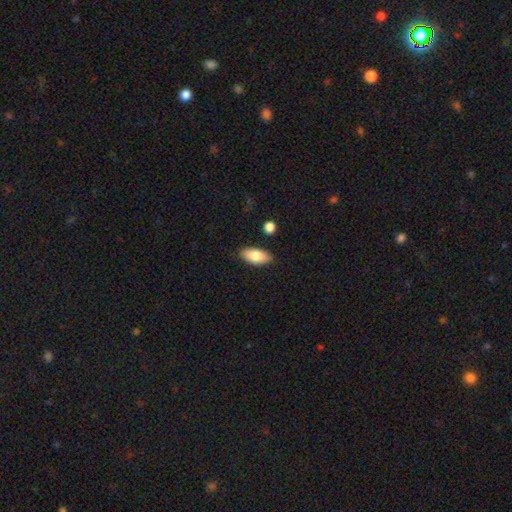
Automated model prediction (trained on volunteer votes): smooth-or-featured: smooth: 82% | featured or disk: 12% | star or artifact: 6%
  how-rounded: in between: 90% | cigar-shaped: 7% | round: 3%
  merging: none: 85% | minor disturbance: 10% | merger: 3% | major disturbance: 2%